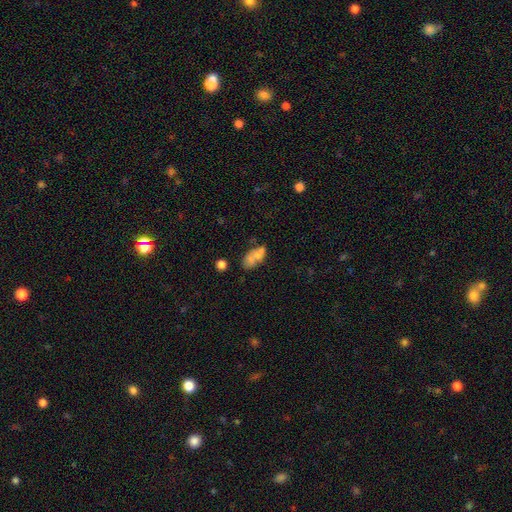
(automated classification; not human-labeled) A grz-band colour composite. It shows a smooth galaxy with no disk features (59%) that is in between round and cigar-shaped (85%). Merging: merger (40%).